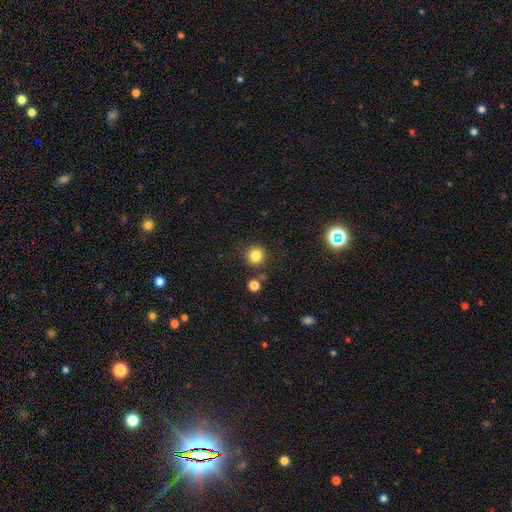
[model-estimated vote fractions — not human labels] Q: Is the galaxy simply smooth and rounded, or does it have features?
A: smooth — 83%.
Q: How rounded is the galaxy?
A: round — 93%.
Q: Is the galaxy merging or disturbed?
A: none — 86%.